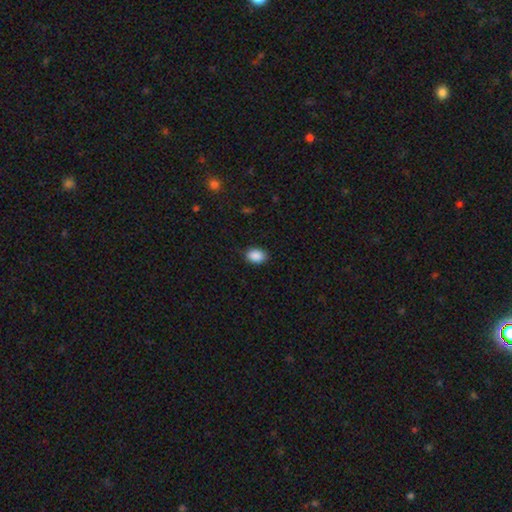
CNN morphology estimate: smooth 89%, star or artifact 8%, featured or disk 3%. Down the decision tree: how rounded — in between (78%); merging — none (86%).